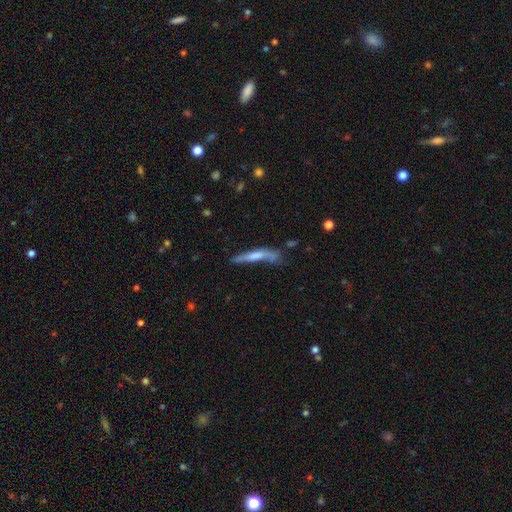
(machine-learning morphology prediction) smooth-or-featured: smooth: 50% | featured or disk: 42% | star or artifact: 8%
  how-rounded: cigar-shaped: 89% | in between: 9% | round: 2%
  merging: none: 46% | minor disturbance: 27% | major disturbance: 16% | merger: 11%